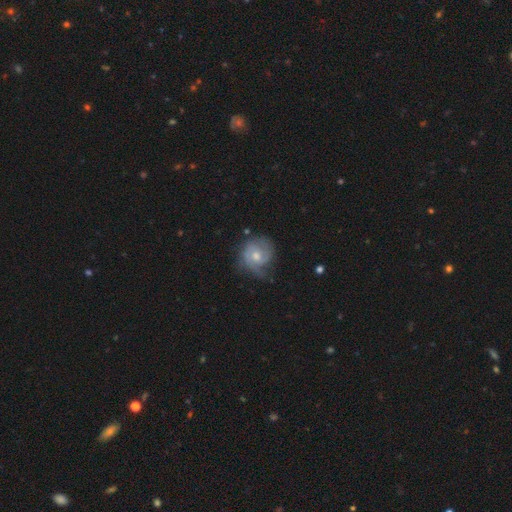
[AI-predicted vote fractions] A featured or disk galaxy (61%) with no bar (68%), 2 (42%) tight (47%) spiral arms (86%) and a moderate central bulge (64%).

Vote fractions:
- Smooth or featured? featured or disk: 61% / smooth: 32% / star or artifact: 7%
- Edge-on disk? no: 97% / yes: 3%
- Bar? no: 68% / weak: 28% / strong: 4%
- Spiral arms? yes: 86% / no: 14%
- Spiral winding? tight: 47% / medium: 37% / loose: 17%
- Spiral arm count? 2: 42% / can't tell: 25% / 1: 19% / 3: 10% / 4: 3% / more than 4: 2%
- Bulge size? moderate: 64% / small: 28% / large: 5% / none: 2% / dominant: 1%
- Merging? none: 55% / minor disturbance: 29% / major disturbance: 14% / merger: 2%